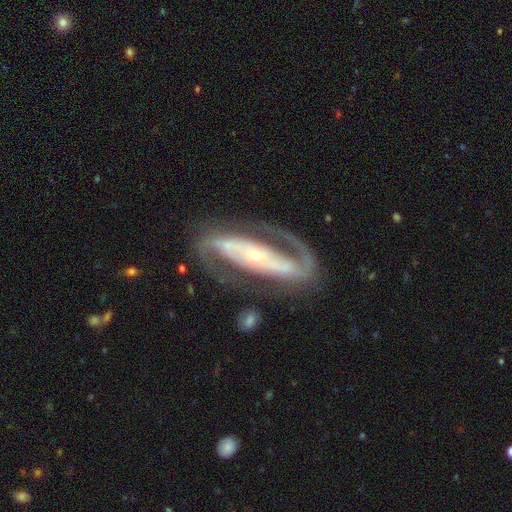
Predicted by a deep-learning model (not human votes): Smooth or featured? featured or disk (91%)
Edge-on disk? no (94%)
Bar? strong (54%)
Spiral arms? yes (96%)
Spiral winding? medium (51%)
Spiral arm count? 2 (92%)
Bulge size? small (66%)
Merging? none (78%)